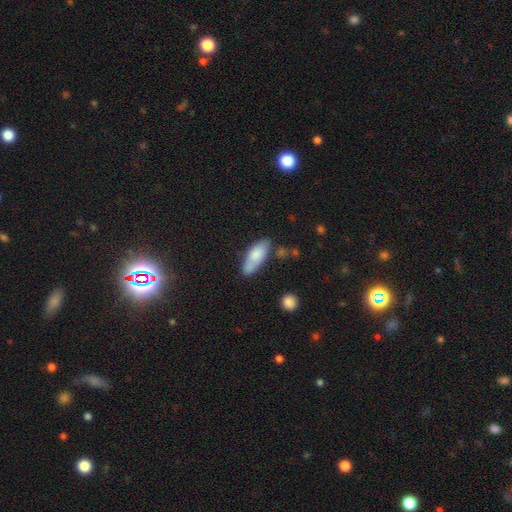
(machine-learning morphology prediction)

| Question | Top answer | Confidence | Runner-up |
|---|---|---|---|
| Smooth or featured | smooth | 79% | featured or disk (15%) |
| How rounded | in between | 75% | cigar-shaped (23%) |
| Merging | none | 68% | minor disturbance (21%) |